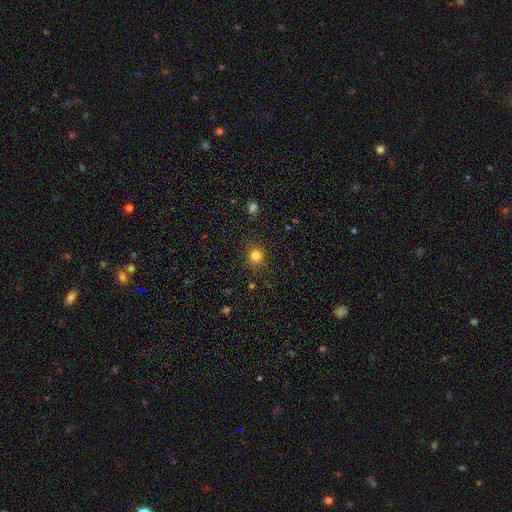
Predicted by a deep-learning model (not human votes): A smooth galaxy with no disk features (80%) that is round (87%).

Vote fractions:
- Smooth or featured? smooth: 80% / star or artifact: 14% / featured or disk: 5%
- How rounded? round: 87% / in between: 12% / cigar-shaped: 1%
- Merging? none: 89% / minor disturbance: 7% / major disturbance: 2% / merger: 1%